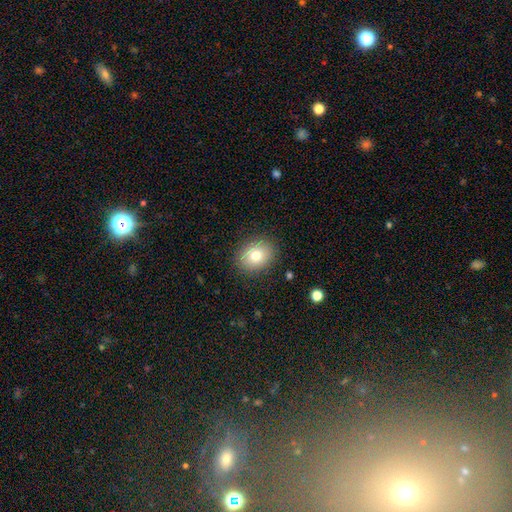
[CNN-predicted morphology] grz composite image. It shows a smooth galaxy with no disk features (78%) that is round (54%). Merging: none (87%).